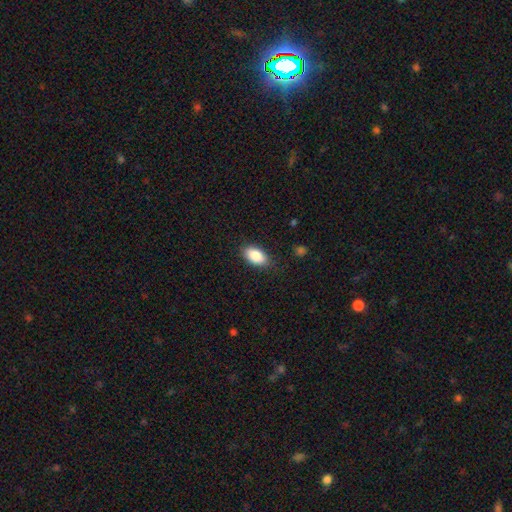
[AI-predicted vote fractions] Smooth or featured? smooth (87%)
How rounded? in between (93%)
Merging? none (84%)